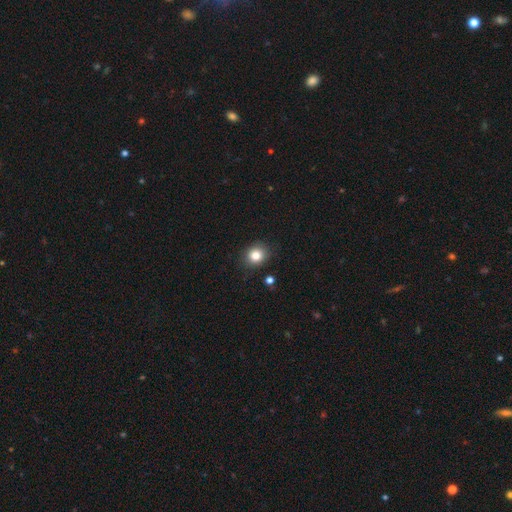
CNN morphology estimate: smooth_or_featured: smooth (p=0.81) [alt: star or artifact p=0.11]
how_rounded: round (p=0.73) [alt: in between p=0.26]
merging: none (p=0.88) [alt: minor disturbance p=0.09]